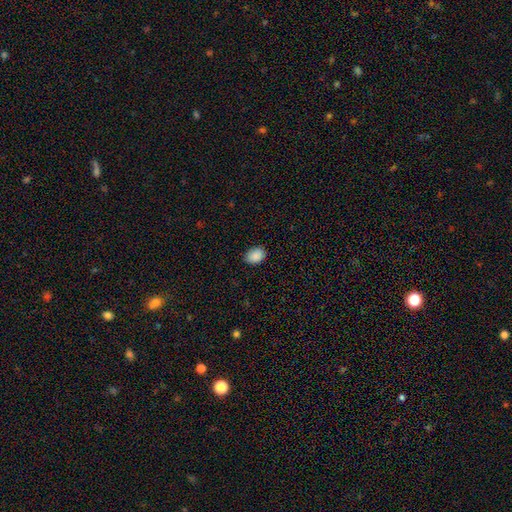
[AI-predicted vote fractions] smooth-or-featured: smooth: 90% | star or artifact: 8% | featured or disk: 3%
  how-rounded: in between: 77% | round: 22% | cigar-shaped: 1%
  merging: none: 86% | minor disturbance: 11% | major disturbance: 2% | merger: 1%